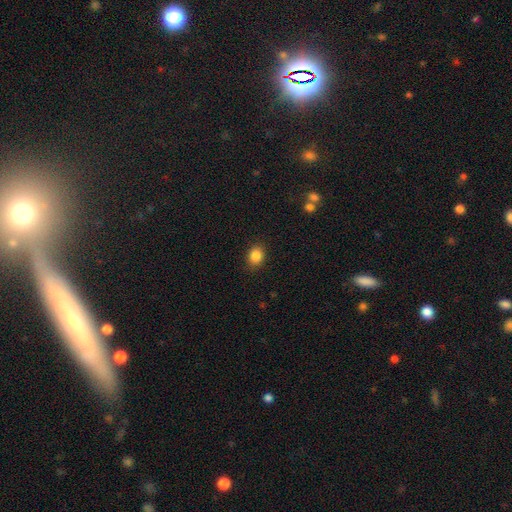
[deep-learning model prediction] Smooth or featured: smooth — 86% (star or artifact — 10%)
How rounded: in between — 51% (round — 48%)
Merging: none — 89% (minor disturbance — 8%)